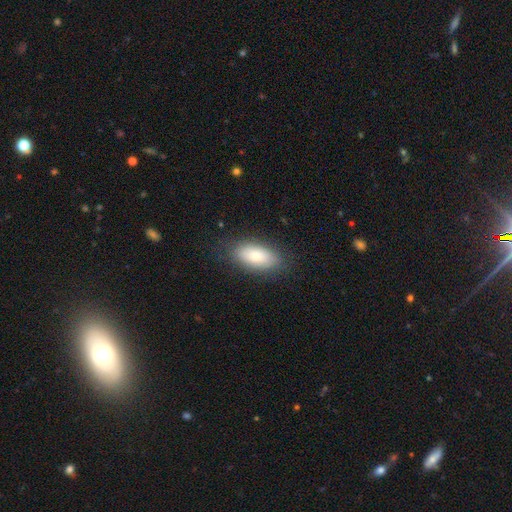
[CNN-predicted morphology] Smooth or featured: smooth — 79% (featured or disk — 15%)
How rounded: in between — 91% (cigar-shaped — 6%)
Merging: none — 84% (minor disturbance — 12%)